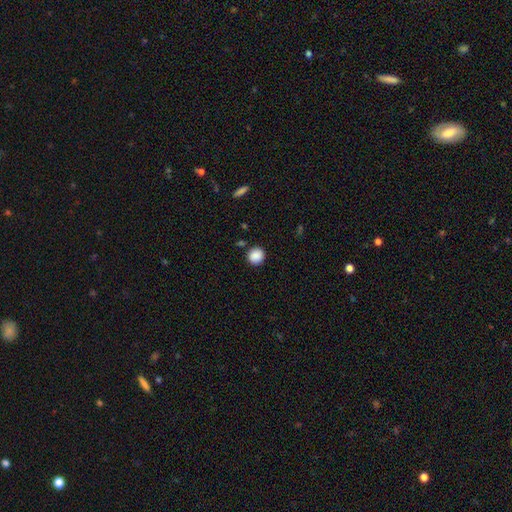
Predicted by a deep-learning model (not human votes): This appears to be a smooth galaxy with no disk features (89%) that is round (93%). Merging: none (89%).